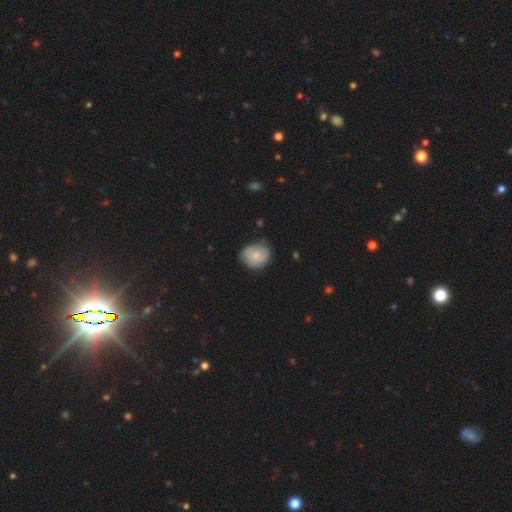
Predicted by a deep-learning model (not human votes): Smooth or featured? smooth (78%)
How rounded? round (73%)
Merging? none (67%)